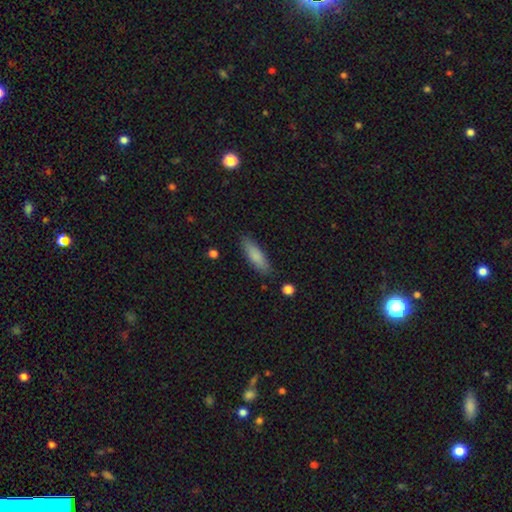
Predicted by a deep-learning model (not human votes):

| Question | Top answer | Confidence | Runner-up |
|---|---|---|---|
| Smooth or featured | smooth | 83% | featured or disk (10%) |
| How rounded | cigar-shaped | 52% | in between (46%) |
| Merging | none | 85% | minor disturbance (11%) |